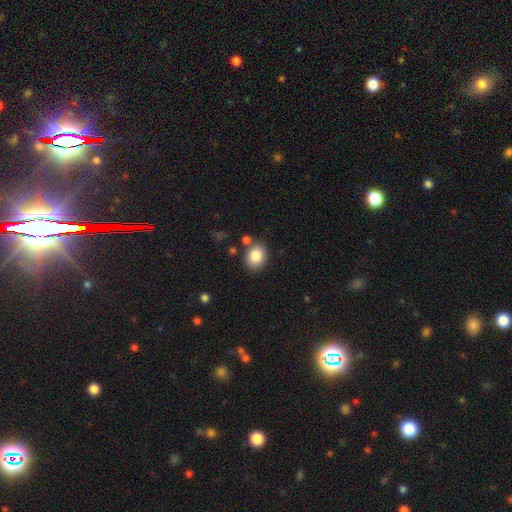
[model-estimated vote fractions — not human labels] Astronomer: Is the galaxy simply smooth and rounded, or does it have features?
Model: smooth — 85%.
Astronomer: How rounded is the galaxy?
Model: round — 54% (runner-up: in between, 45%).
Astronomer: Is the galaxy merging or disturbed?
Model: none — 76%.